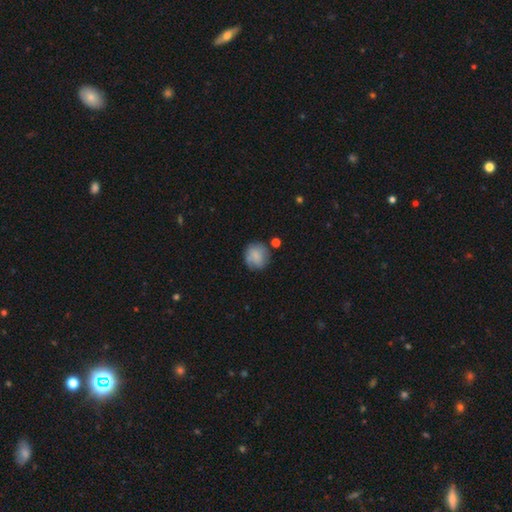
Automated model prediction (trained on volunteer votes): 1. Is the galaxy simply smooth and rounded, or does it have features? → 74% smooth, 17% featured or disk, 8% star or artifact.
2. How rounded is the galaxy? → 83% round, 16% in between, 1% cigar-shaped.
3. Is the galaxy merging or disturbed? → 69% none, 20% minor disturbance, 6% major disturbance, 4% merger.